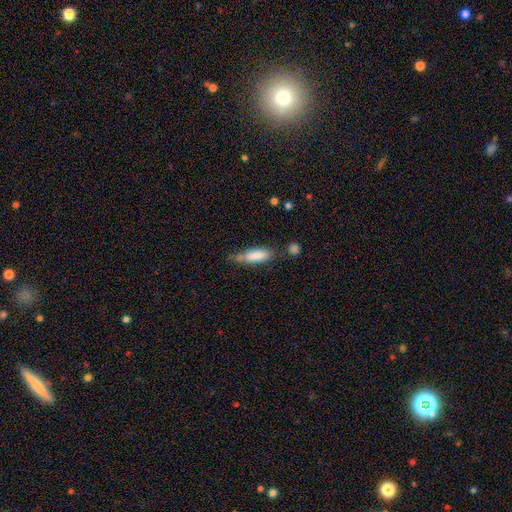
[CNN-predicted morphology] Overall: smooth (83%). How rounded: in between (52%; cigar-shaped 46%). Merging: none (57%; minor disturbance 27%).